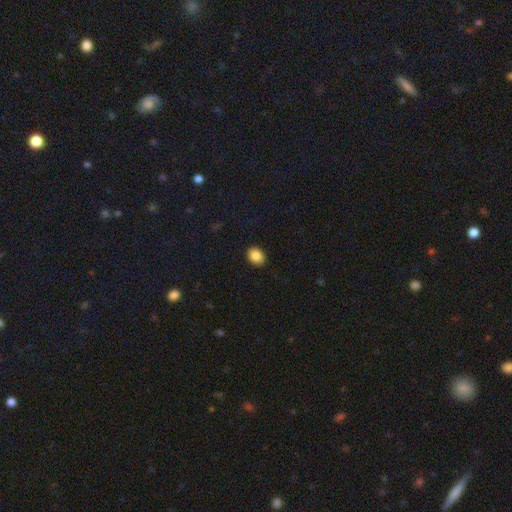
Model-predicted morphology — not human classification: Smooth or featured: smooth — 86% (star or artifact — 9%)
How rounded: round — 55% (in between — 44%)
Merging: none — 91% (minor disturbance — 6%)